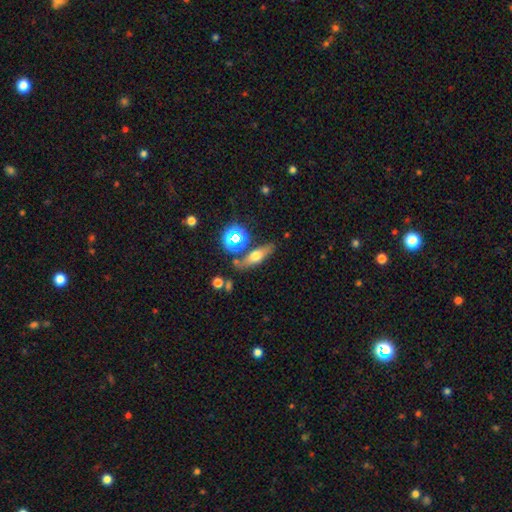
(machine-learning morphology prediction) smooth-or-featured: smooth: 49% | featured or disk: 36% | star or artifact: 15%
  merging: none: 77% | minor disturbance: 12% | merger: 8% | major disturbance: 4%